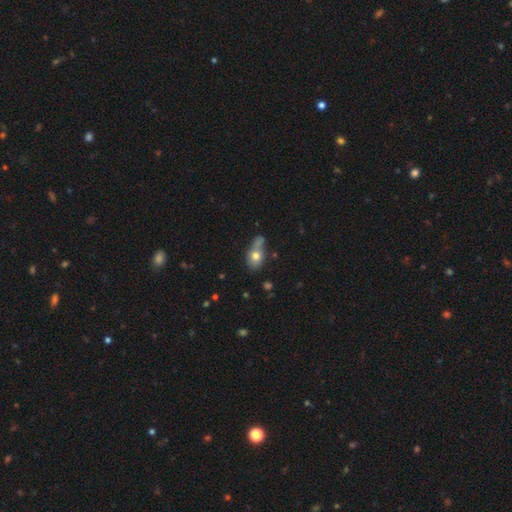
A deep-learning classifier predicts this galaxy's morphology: smooth 72%, featured or disk 19%, star or artifact 9%. Down the decision tree: how rounded — in between (74%); merging — none (36%).